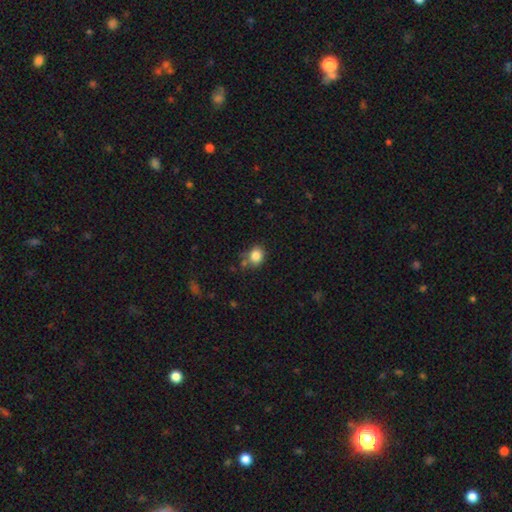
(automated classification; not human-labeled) The model was most divided on "how rounded": round: 68%, in between: 31%, cigar-shaped: 1%. More confident: smooth or featured — smooth (83%); merging — none (70%).